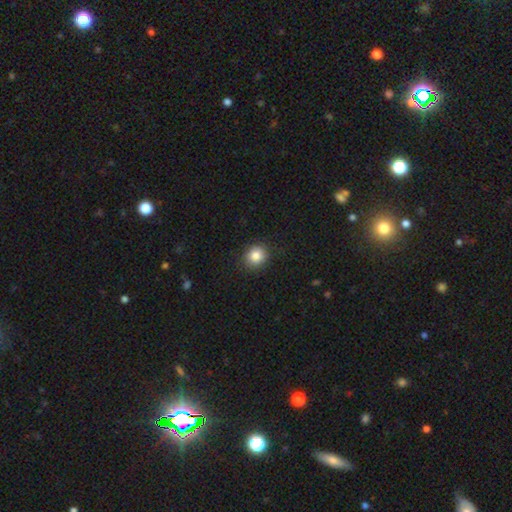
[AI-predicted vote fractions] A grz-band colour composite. It shows a smooth galaxy with no disk features (84%) that is round (82%). Merging: none (88%).